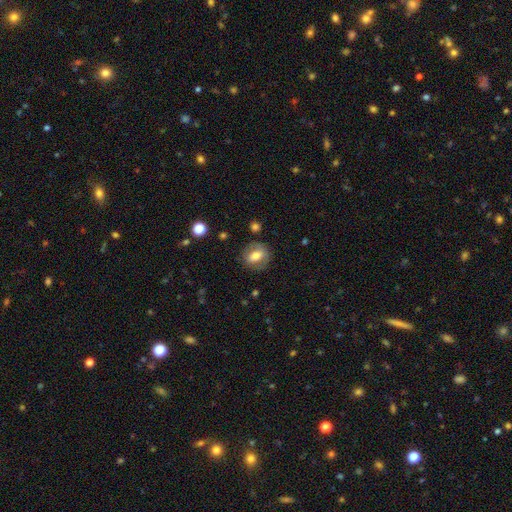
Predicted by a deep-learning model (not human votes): smooth 56%, featured or disk 36%, star or artifact 8%. Down the decision tree: how rounded — round (53%); merging — none (77%).